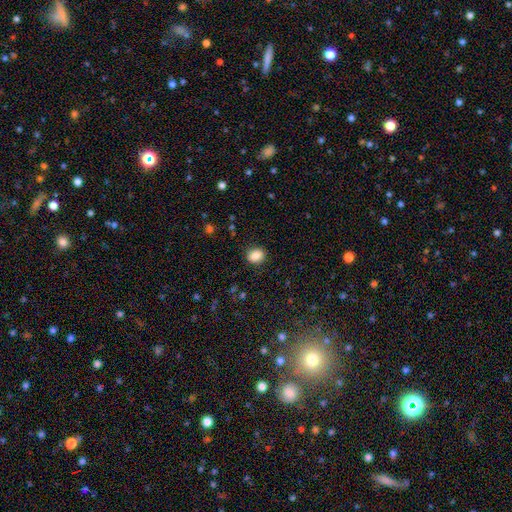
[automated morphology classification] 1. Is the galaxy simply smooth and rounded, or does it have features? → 87% smooth, 9% star or artifact, 4% featured or disk.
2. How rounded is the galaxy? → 54% round, 45% in between, 1% cigar-shaped.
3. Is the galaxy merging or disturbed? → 88% none, 9% minor disturbance, 3% major disturbance, 1% merger.